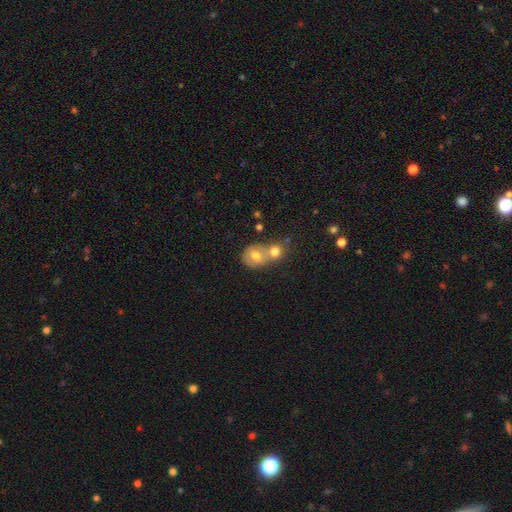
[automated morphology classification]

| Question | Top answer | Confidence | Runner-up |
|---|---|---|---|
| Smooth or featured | smooth | 69% | featured or disk (21%) |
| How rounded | round | 62% | in between (37%) |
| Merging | merger | 61% | none (28%) |